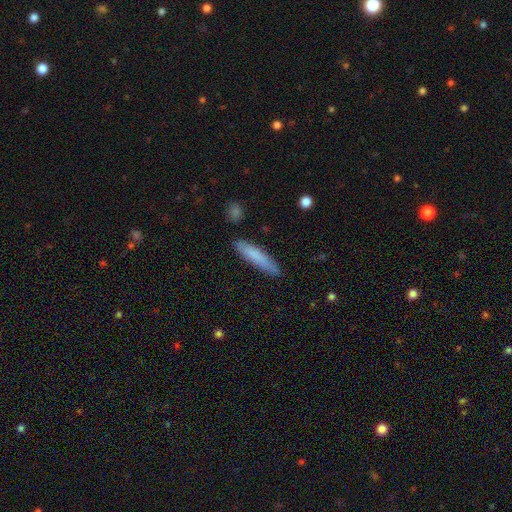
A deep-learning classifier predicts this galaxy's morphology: Smooth or featured? smooth (79%)
How rounded? cigar-shaped (88%)
Merging? none (84%)